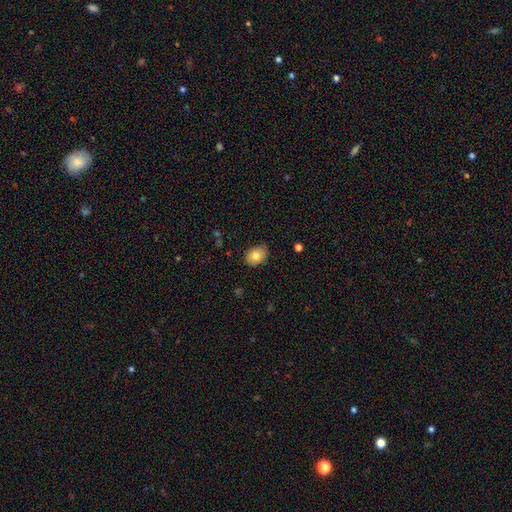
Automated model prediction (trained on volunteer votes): smooth-or-featured: smooth: 79% | featured or disk: 13% | star or artifact: 9%
  how-rounded: in between: 71% | round: 28% | cigar-shaped: 1%
  merging: none: 82% | minor disturbance: 15% | major disturbance: 2% | merger: 1%